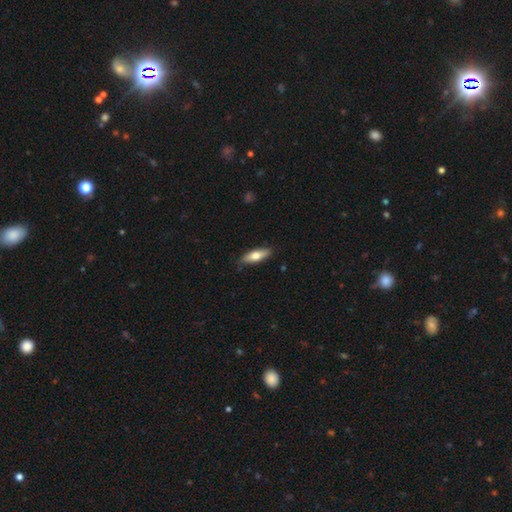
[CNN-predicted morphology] The model was most divided on "how rounded": in between: 53%, cigar-shaped: 44%, round: 2%. More confident: merging — none (84%); smooth or featured — smooth (67%).